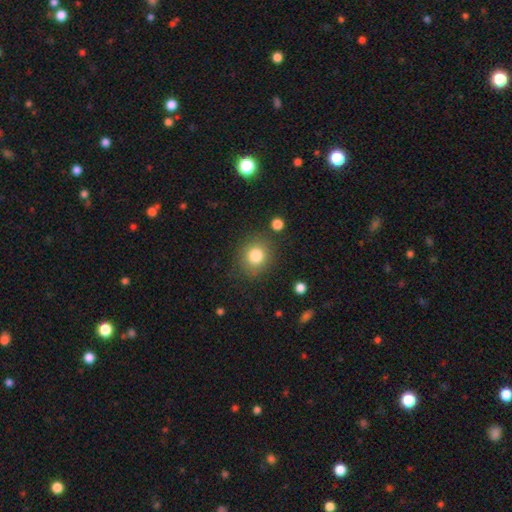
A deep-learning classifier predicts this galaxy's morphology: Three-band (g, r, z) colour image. It shows a smooth galaxy with no disk features (82%) that is round (80%). Merging: none (83%).